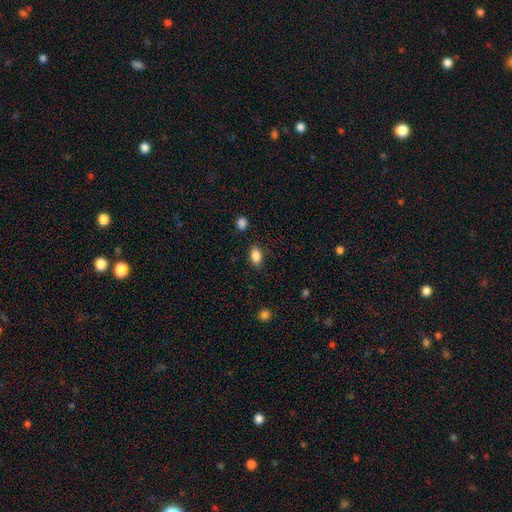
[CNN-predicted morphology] This is clearly a smooth galaxy (87%). How rounded: clearly in between (89%). Merging: clearly none (84%).